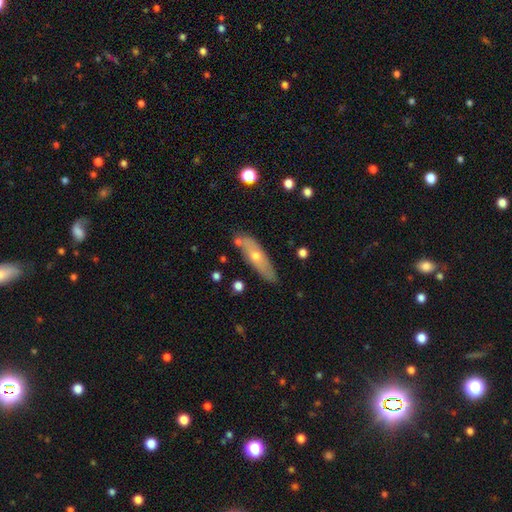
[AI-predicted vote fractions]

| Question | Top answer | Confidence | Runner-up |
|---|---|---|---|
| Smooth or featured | smooth | 50% | featured or disk (44%) |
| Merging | none | 77% | minor disturbance (16%) |